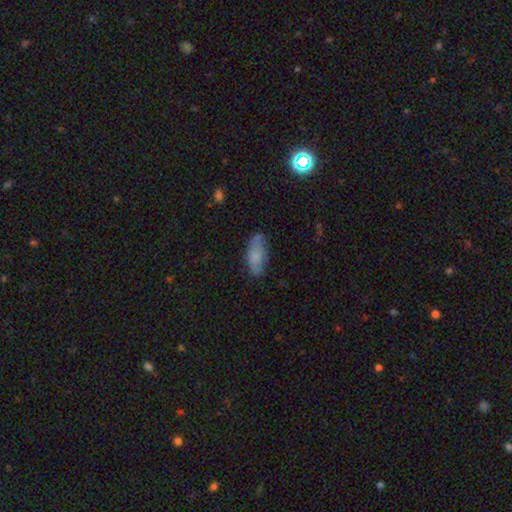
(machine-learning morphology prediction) type=smooth (70%); roundness=in between (82%); merging=none (71%).